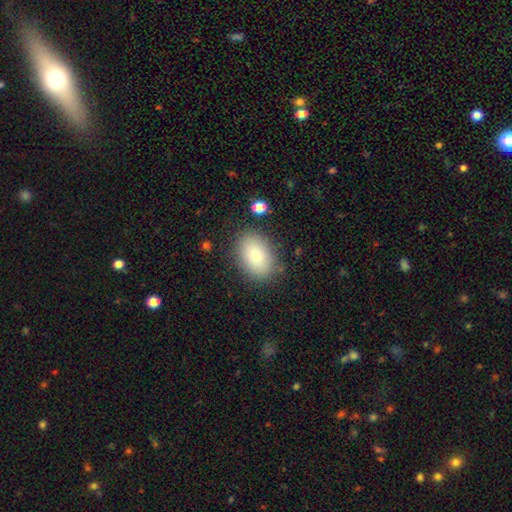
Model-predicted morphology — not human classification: A smooth galaxy with no disk features (82%) that is in between round and cigar-shaped (86%).

Vote fractions:
- Smooth or featured? smooth: 82% / featured or disk: 10% / star or artifact: 8%
- How rounded? in between: 86% / round: 13% / cigar-shaped: 1%
- Merging? none: 82% / minor disturbance: 12% / major disturbance: 4% / merger: 2%